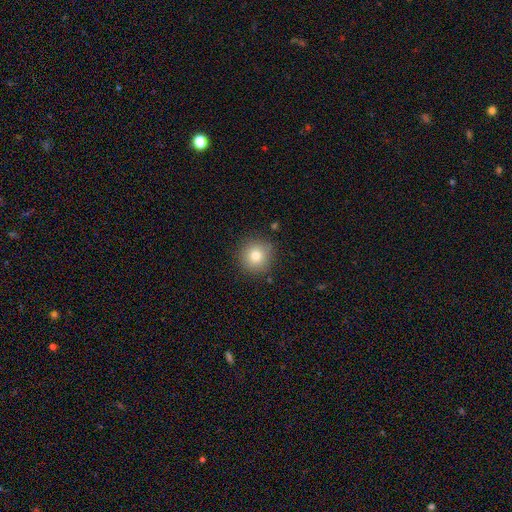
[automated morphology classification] A smooth galaxy with no disk features (79%) that is round (94%). Merging: none (88%).